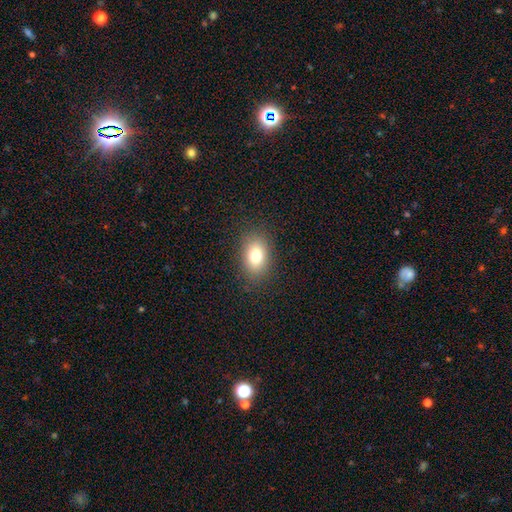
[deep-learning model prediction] This is likely a smooth galaxy (78%). How rounded: likely in between (79%). Merging: clearly none (87%).